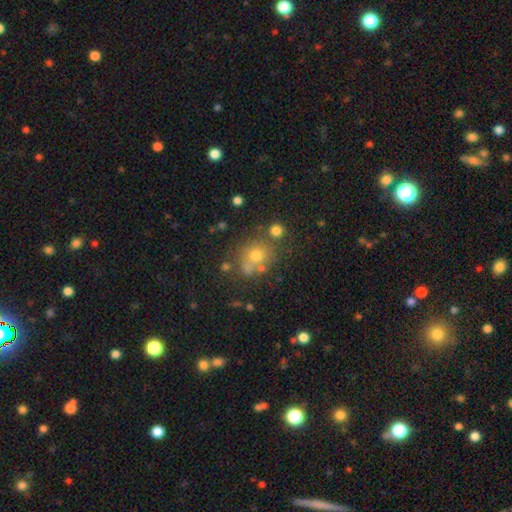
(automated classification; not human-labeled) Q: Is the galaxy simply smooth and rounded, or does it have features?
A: smooth — 64%.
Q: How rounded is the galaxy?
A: round — 76%.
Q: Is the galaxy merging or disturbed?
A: none — 61%.